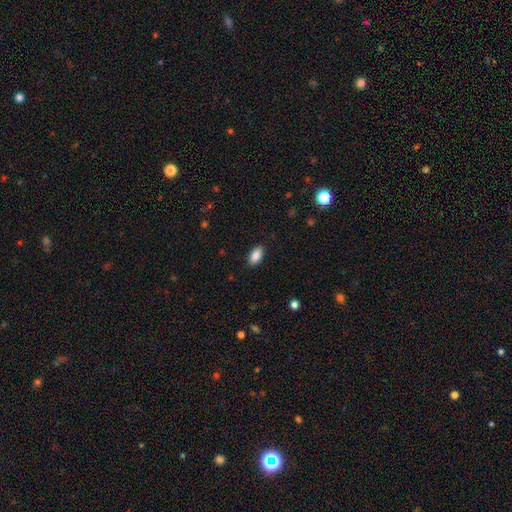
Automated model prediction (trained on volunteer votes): A smooth galaxy with no disk features (88%) that is in between round and cigar-shaped (91%). Merging: none (88%).